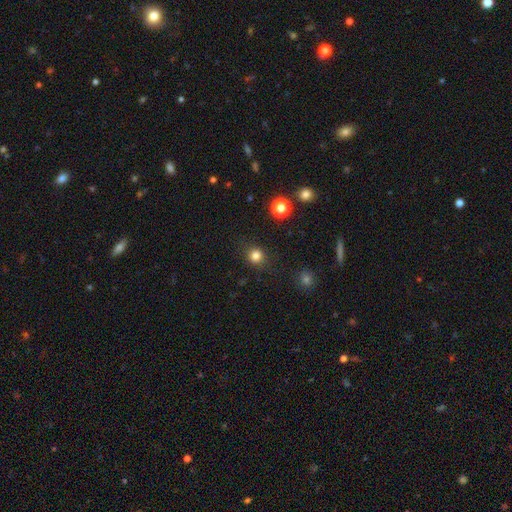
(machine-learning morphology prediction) Smooth or featured?
  - smooth: 82% *
  - star or artifact: 13%
  - featured or disk: 4%
How rounded?
  - round: 87% *
  - in between: 12%
  - cigar-shaped: 1%
Merging?
  - none: 86% *
  - minor disturbance: 9%
  - major disturbance: 3%
  - merger: 2%